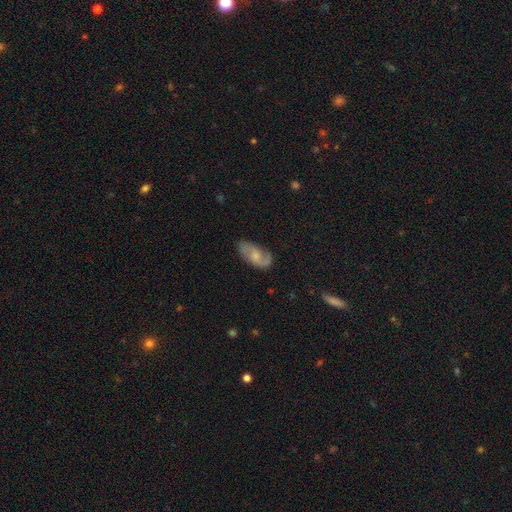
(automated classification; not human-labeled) A featured or disk galaxy (61%) with no bar (60%), 2 (76%) medium (42%) spiral arms (88%) and a small central bulge (43%). Merging: none (69%).